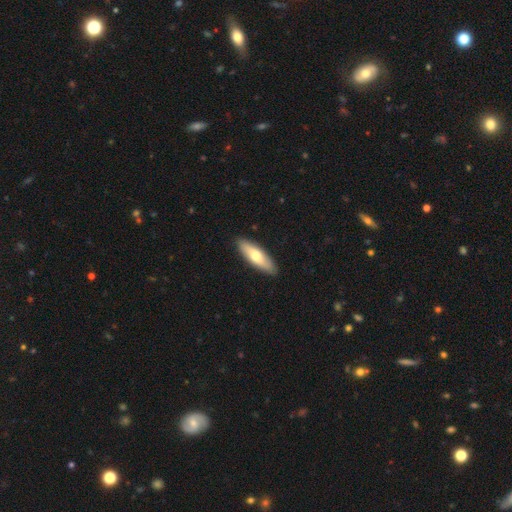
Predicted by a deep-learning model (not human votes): A smooth galaxy with no disk features (64%) that is in between round and cigar-shaped (49%, tied with cigar-shaped). Merging: none (90%).